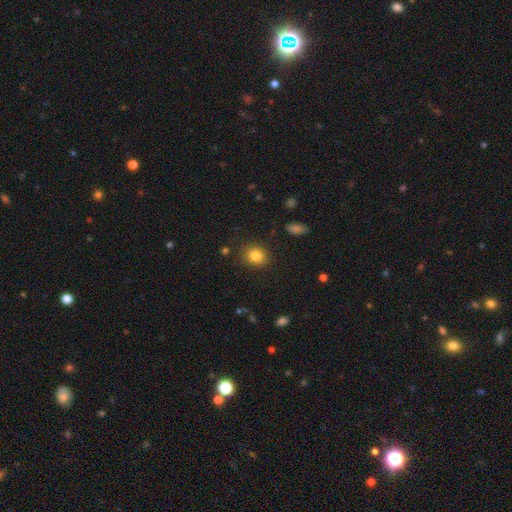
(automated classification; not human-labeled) A smooth galaxy with no disk features (84%) that is round (58%). Merging: none (83%).